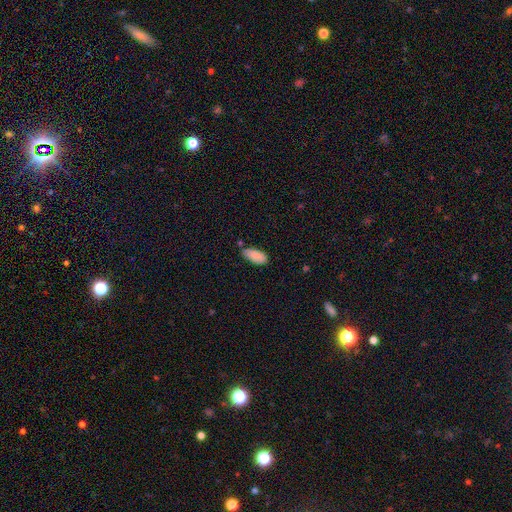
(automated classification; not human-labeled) Morphology: type=smooth (86%); roundness=in between (91%); merging=none (68%).